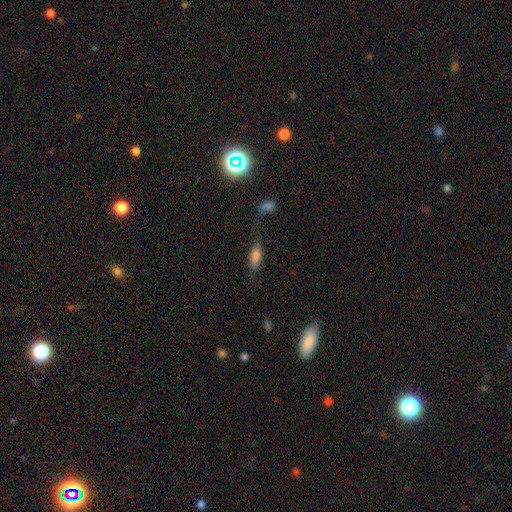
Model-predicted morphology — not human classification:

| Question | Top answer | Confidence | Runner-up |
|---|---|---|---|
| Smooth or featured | smooth | 66% | featured or disk (24%) |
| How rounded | in between | 56% | cigar-shaped (41%) |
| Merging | none | 53% | minor disturbance (19%) |